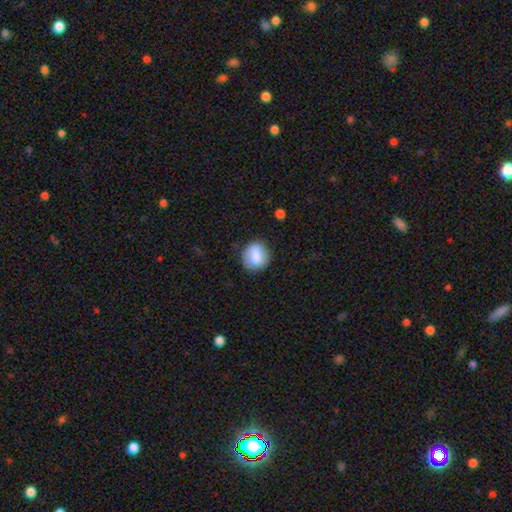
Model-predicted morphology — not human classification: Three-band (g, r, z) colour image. It shows a smooth galaxy with no disk features (75%) that is round (76%). Merging: none (81%).